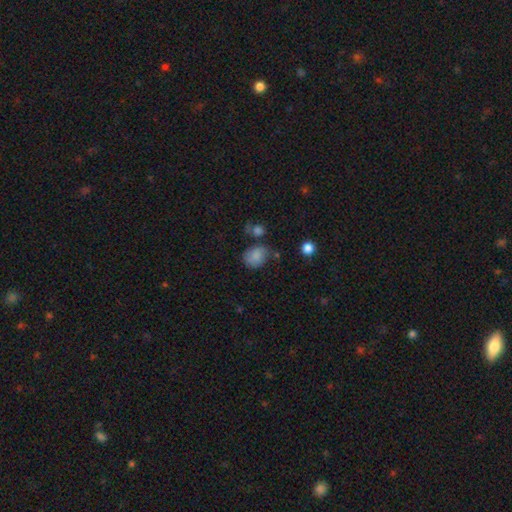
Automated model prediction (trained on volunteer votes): Morphology: type=smooth (81%); roundness=in between (51%); merging=none (56%).